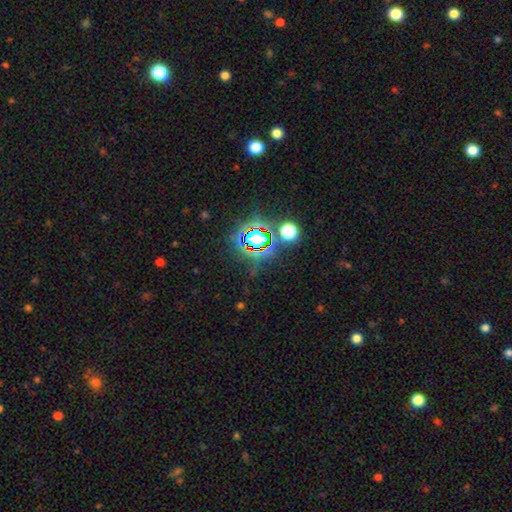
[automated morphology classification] smooth-or-featured: star or artifact: 79% | smooth: 12% | featured or disk: 8%